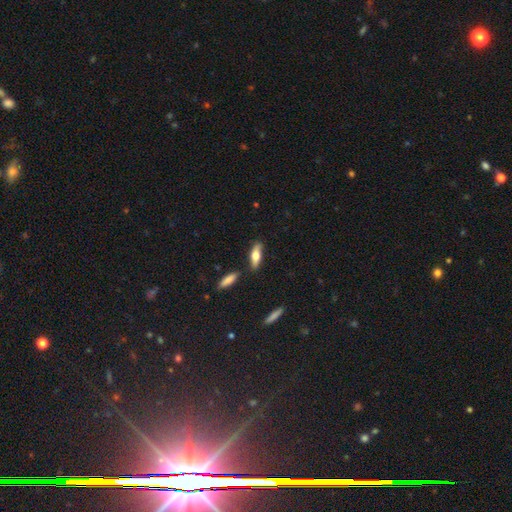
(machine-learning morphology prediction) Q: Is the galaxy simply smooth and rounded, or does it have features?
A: smooth — 63%.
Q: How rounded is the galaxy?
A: in between — 55%.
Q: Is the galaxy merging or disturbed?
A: none — 75%.